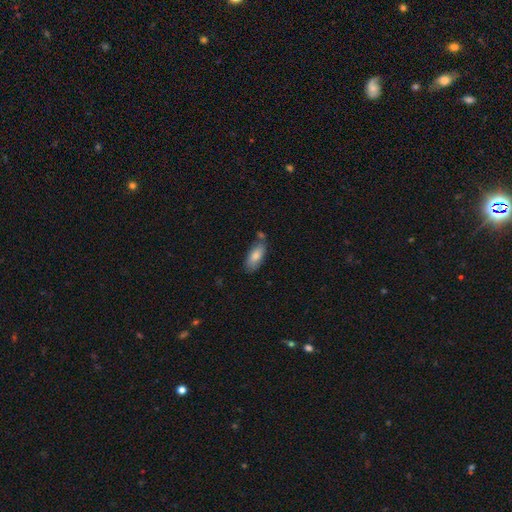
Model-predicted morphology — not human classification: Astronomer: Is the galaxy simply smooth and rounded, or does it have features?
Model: smooth — 81%.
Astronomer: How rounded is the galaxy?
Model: in between — 86%.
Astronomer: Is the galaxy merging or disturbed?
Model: none — 67%.